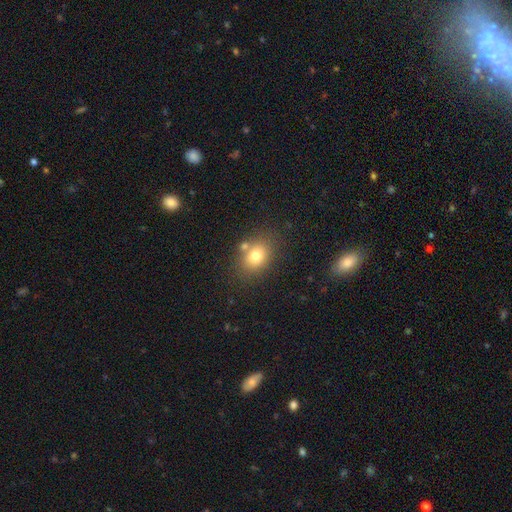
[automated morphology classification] Smooth or featured: smooth — 75% (featured or disk — 13%)
How rounded: in between — 62% (round — 37%)
Merging: none — 70% (merger — 13%)